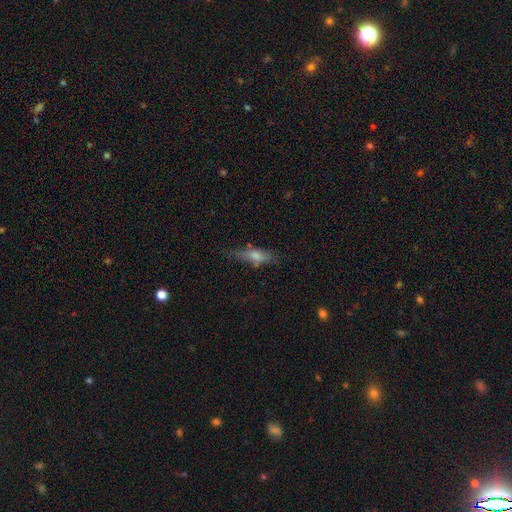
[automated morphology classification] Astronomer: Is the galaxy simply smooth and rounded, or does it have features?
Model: smooth — 58%.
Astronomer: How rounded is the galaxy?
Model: cigar-shaped — 51% (runner-up: in between, 45%).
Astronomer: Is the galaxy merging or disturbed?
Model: none — 62%.